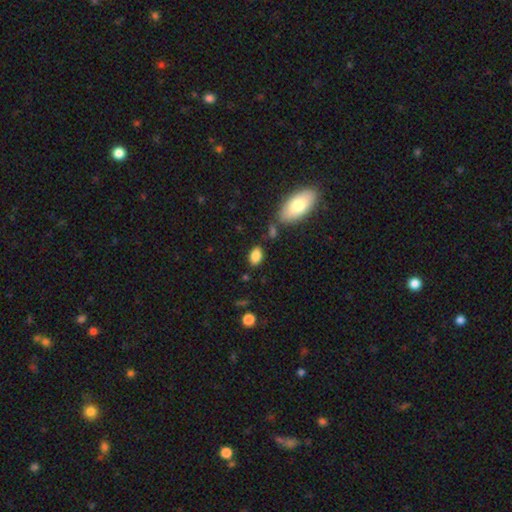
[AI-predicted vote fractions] Overall: smooth (86%). How rounded: in between (88%). Merging: none (78%).